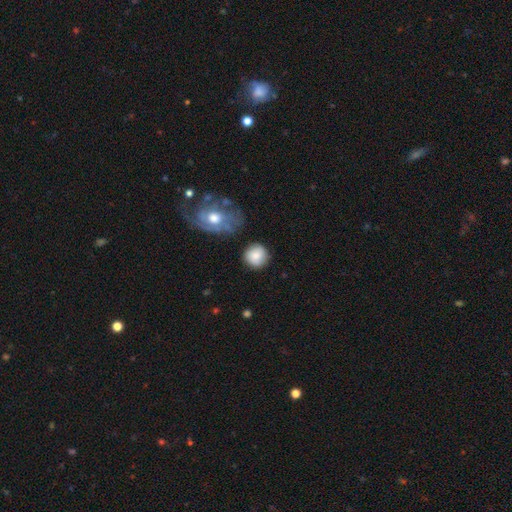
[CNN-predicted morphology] The model was most divided on "smooth or featured": smooth: 80%, featured or disk: 13%, star or artifact: 7%. More confident: how rounded — round (90%); merging — none (80%).